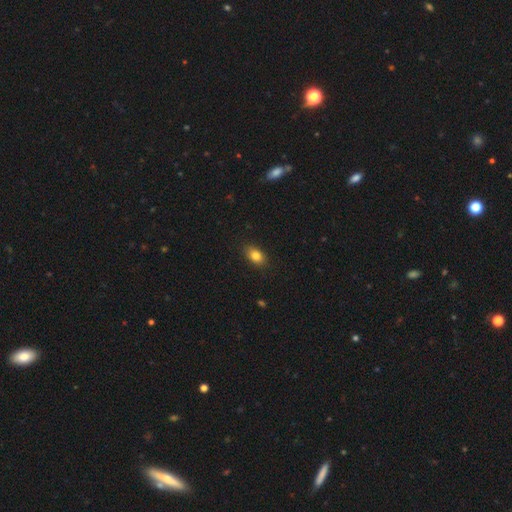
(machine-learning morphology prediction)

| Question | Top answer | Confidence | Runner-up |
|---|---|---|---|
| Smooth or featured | smooth | 83% | star or artifact (9%) |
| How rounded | in between | 84% | round (14%) |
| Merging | none | 87% | minor disturbance (10%) |